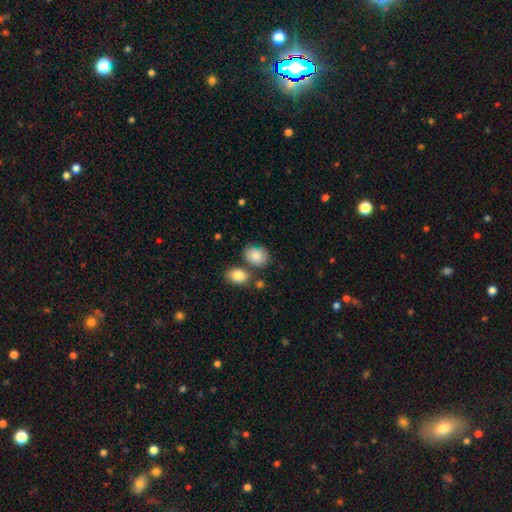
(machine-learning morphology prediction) The model was most divided on "how rounded": in between: 65%, round: 34%, cigar-shaped: 1%. More confident: smooth or featured — smooth (84%); merging — none (63%).